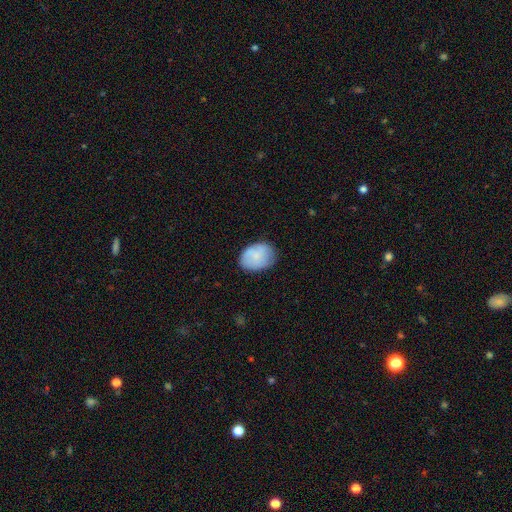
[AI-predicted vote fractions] This is likely a smooth galaxy (79%). How rounded: likely in between (74%). Merging: likely none (73%).